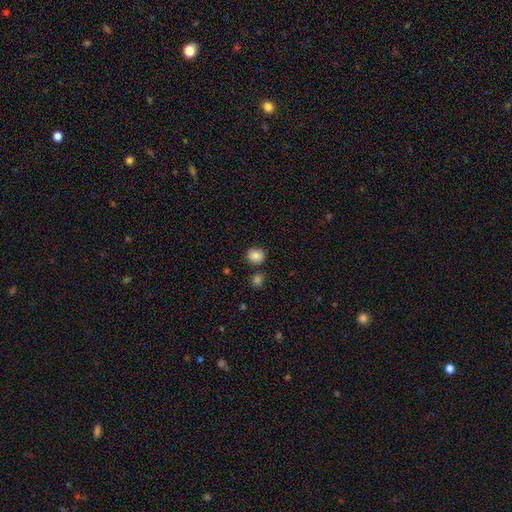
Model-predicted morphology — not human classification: The model was most divided on "how rounded": round: 85%, in between: 14%, cigar-shaped: 1%. More confident: smooth or featured — smooth (85%); merging — none (84%).